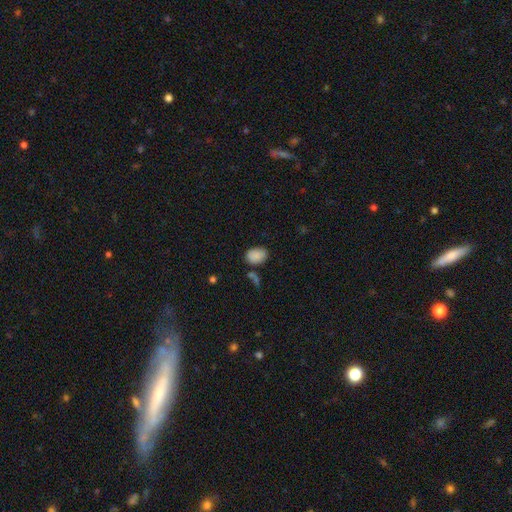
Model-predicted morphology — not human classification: Smooth or featured? smooth (86%)
How rounded? in between (79%)
Merging? none (68%)